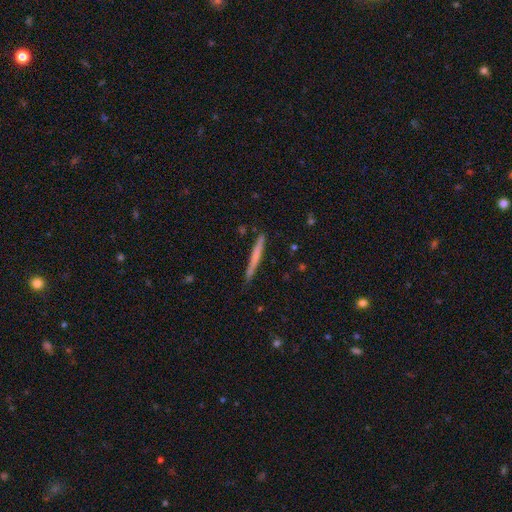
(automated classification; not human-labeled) Smooth or featured?
  - smooth: 58% *
  - featured or disk: 36%
  - star or artifact: 6%
How rounded?
  - cigar-shaped: 97% *
  - in between: 2%
  - round: 1%
Merging?
  - none: 84% *
  - minor disturbance: 13%
  - major disturbance: 2%
  - merger: 2%